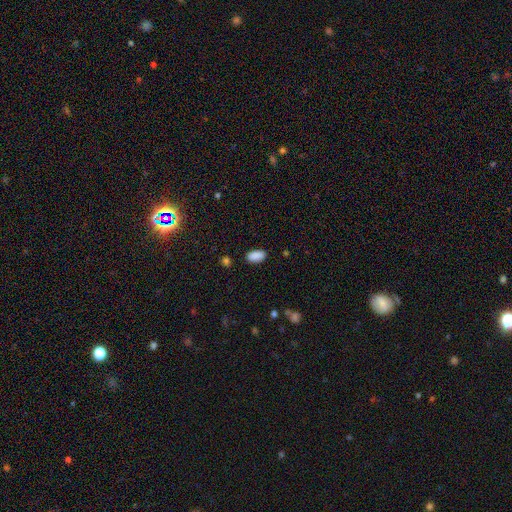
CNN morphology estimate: Smooth or featured: smooth — 89% (star or artifact — 8%)
How rounded: in between — 93% (cigar-shaped — 5%)
Merging: none — 87% (minor disturbance — 9%)